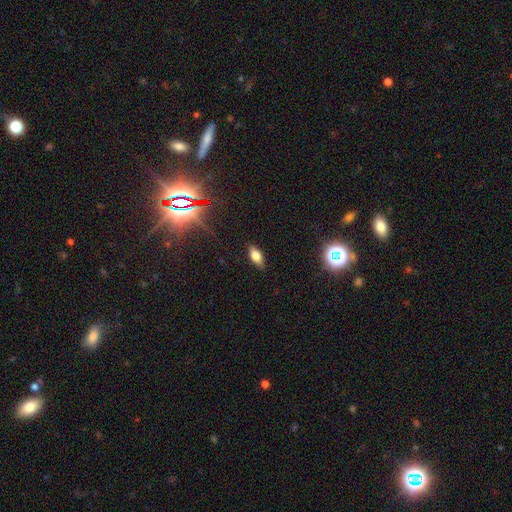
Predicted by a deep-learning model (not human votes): Smooth or featured? smooth (69%)
How rounded? in between (84%)
Merging? none (86%)